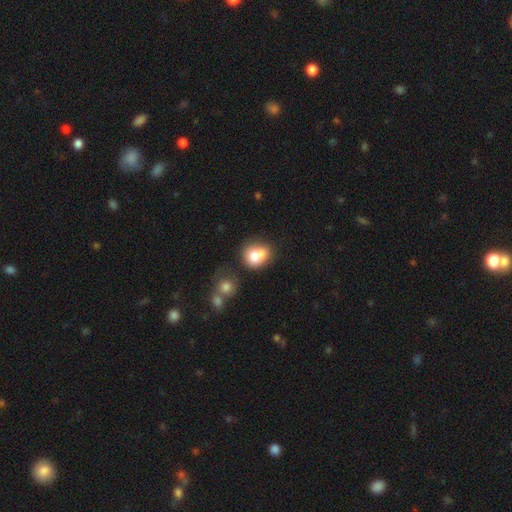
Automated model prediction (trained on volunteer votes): A smooth galaxy with no disk features (74%) that is round (61%).

Vote fractions:
- Smooth or featured? smooth: 74% / featured or disk: 16% / star or artifact: 10%
- How rounded? round: 61% / in between: 38% / cigar-shaped: 1%
- Merging? merger: 44% / none: 33% / minor disturbance: 15% / major disturbance: 7%